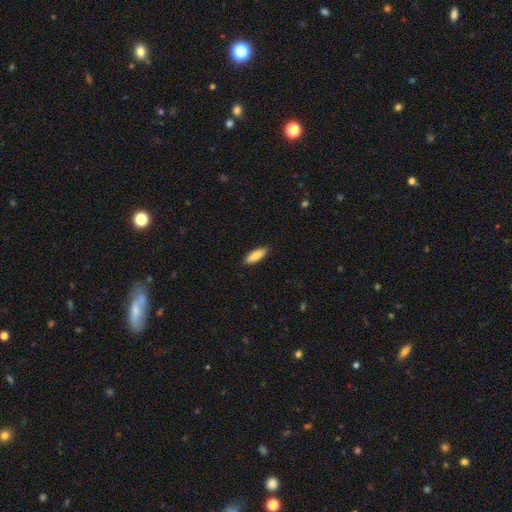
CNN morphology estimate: Overall: smooth (86%). How rounded: in between (57%; cigar-shaped 41%). Merging: none (87%).